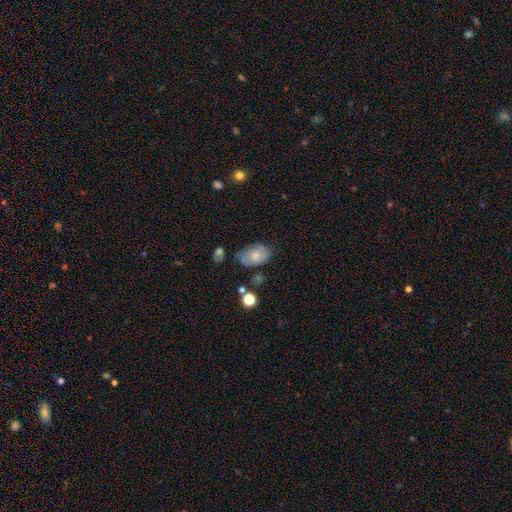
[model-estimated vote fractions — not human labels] Smooth or featured: smooth — 65% (featured or disk — 26%)
How rounded: in between — 86% (round — 13%)
Merging: none — 55% (minor disturbance — 29%)